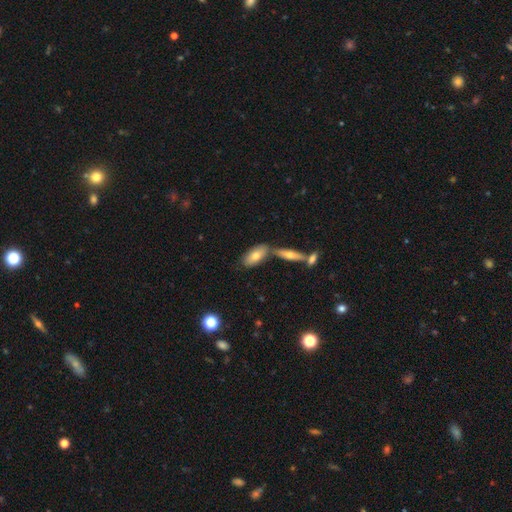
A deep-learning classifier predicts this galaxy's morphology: Smooth or featured? smooth (72%)
How rounded? in between (83%)
Merging? none (55%)